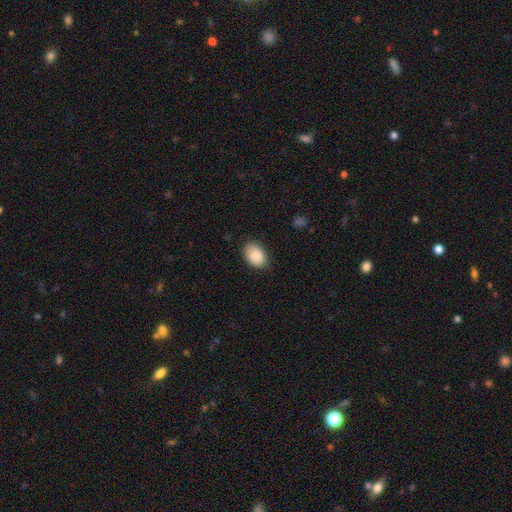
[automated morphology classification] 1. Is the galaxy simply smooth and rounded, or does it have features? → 89% smooth, 6% star or artifact, 5% featured or disk.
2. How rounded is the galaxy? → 88% in between, 11% round, 1% cigar-shaped.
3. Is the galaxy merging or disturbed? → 83% none, 14% minor disturbance, 2% major disturbance, 1% merger.